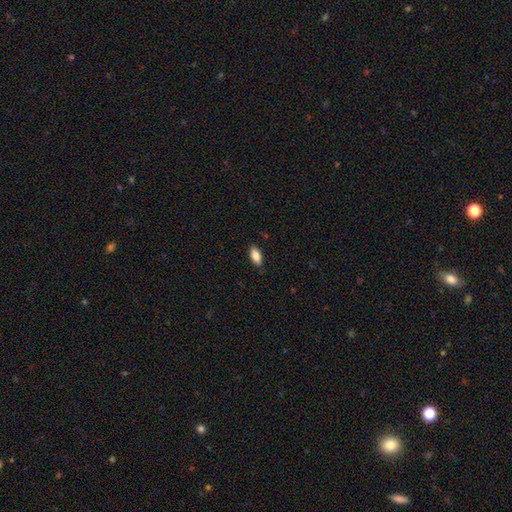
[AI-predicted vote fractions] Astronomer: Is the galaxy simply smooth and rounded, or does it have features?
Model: smooth — 86%.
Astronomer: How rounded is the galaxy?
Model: in between — 88%.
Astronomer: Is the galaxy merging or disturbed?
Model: none — 87%.